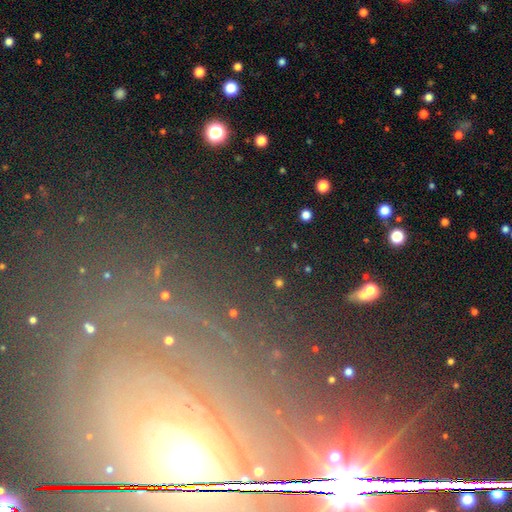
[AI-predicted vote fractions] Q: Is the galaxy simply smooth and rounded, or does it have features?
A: star or artifact — 53%.